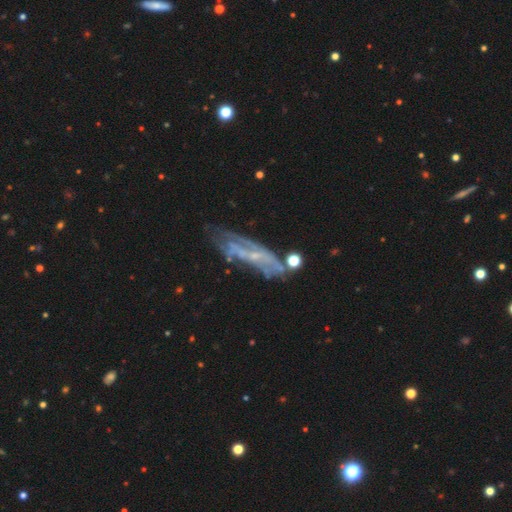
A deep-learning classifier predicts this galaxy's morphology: type=featured or disk (71%); edge-on=no (70%); merging=none (53%).